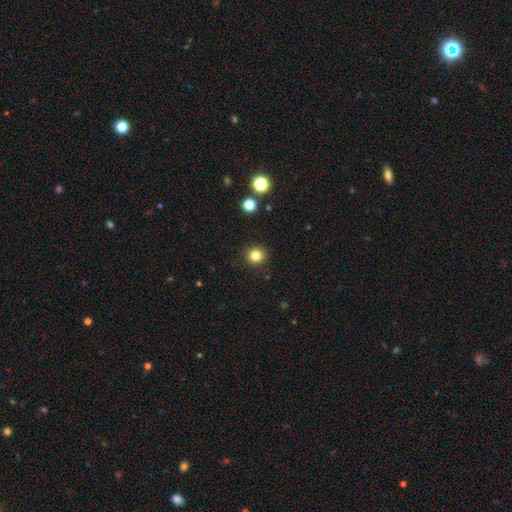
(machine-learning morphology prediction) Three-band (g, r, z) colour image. It shows a smooth galaxy with no disk features (82%) that is round (91%). Merging: none (92%).